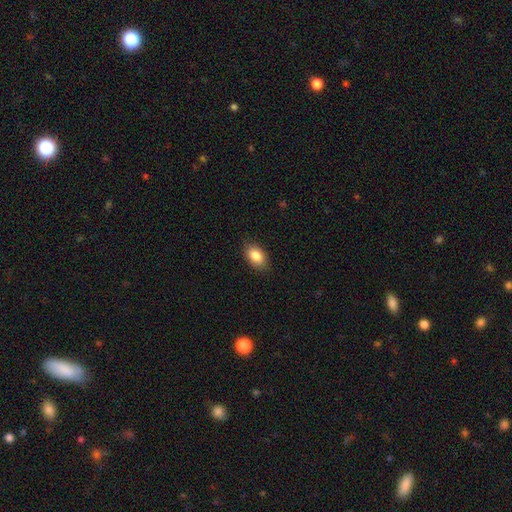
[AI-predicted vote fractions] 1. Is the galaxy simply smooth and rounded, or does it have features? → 86% smooth, 8% star or artifact, 6% featured or disk.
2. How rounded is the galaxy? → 89% in between, 9% round, 2% cigar-shaped.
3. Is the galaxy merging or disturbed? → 87% none, 10% minor disturbance, 2% major disturbance, 1% merger.